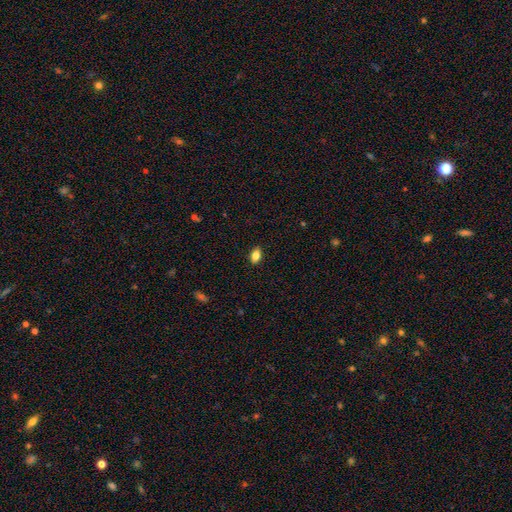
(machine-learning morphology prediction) smooth_or_featured: smooth (p=0.82) [alt: star or artifact p=0.09]
how_rounded: in between (p=0.86) [alt: round p=0.11]
merging: none (p=0.89) [alt: minor disturbance p=0.08]